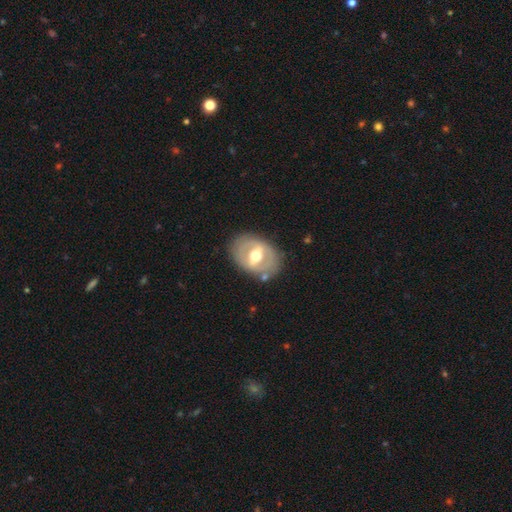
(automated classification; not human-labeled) Smooth or featured?
  - featured or disk: 65% *
  - smooth: 29%
  - star or artifact: 6%
Edge-on disk?
  - no: 93% *
  - yes: 7%
Bar?
  - strong: 47% *
  - weak: 36%
  - no: 17%
Spiral arms?
  - no: 75% *
  - yes: 25%
Bulge size?
  - moderate: 72% *
  - large: 17%
  - small: 8%
  - dominant: 1%
  - none: 1%
Merging?
  - none: 78% *
  - minor disturbance: 14%
  - major disturbance: 5%
  - merger: 3%